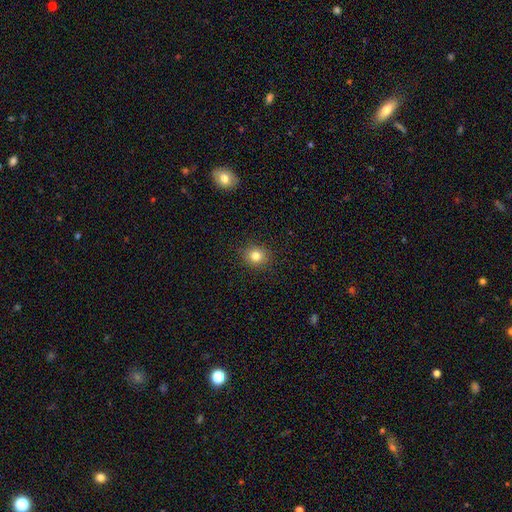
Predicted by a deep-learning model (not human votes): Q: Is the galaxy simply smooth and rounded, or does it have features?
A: smooth — 81%.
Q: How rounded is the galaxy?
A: round — 83%.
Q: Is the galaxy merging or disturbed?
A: none — 90%.